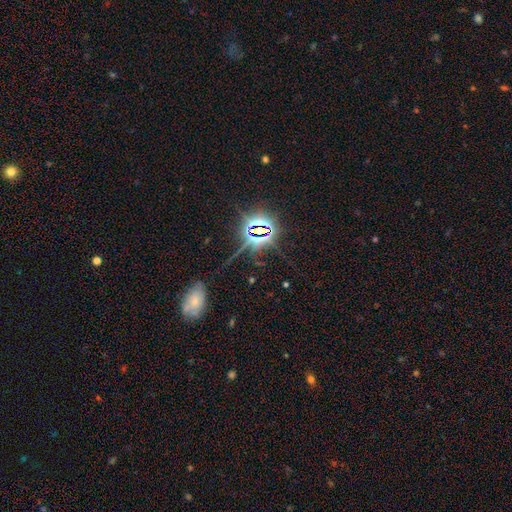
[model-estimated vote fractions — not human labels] Smooth or featured? star or artifact (81%)